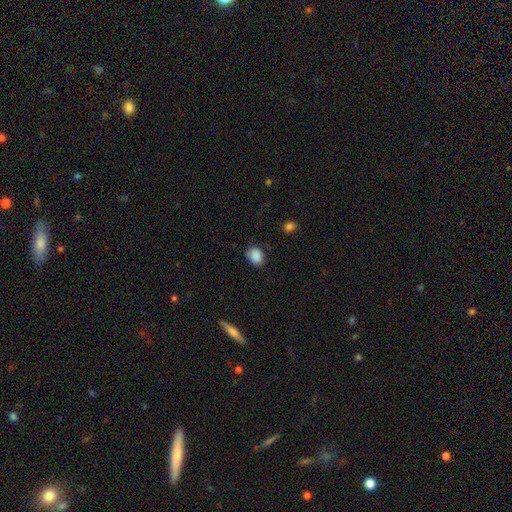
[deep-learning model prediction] This appears to be a smooth galaxy with no disk features (87%) that is in between round and cigar-shaped (58%). Merging: none (75%).